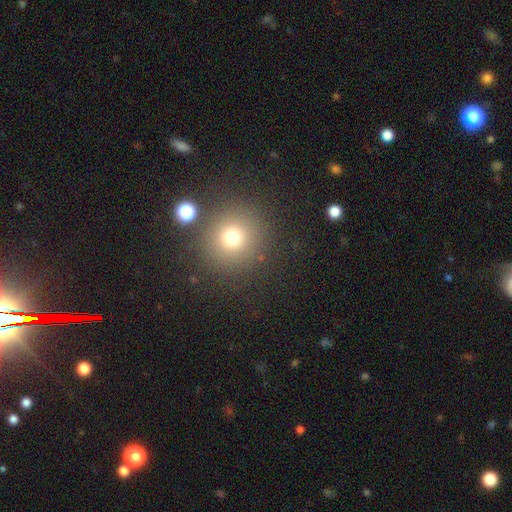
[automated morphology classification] This is possibly a smooth galaxy (53%). How rounded: clearly round (93%). Merging: clearly none (88%).